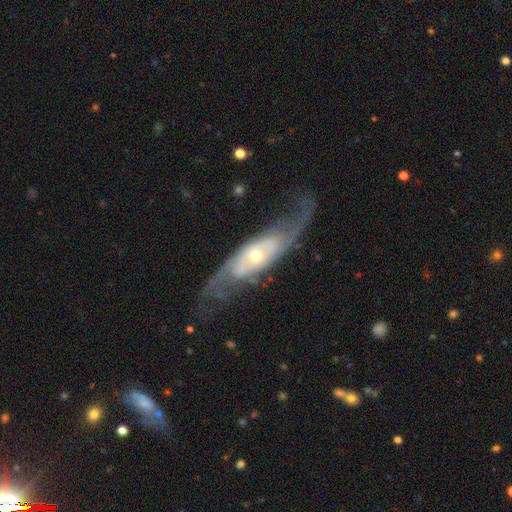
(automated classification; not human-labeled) This is clearly a featured or disk galaxy (83%). It is clearly not viewed edge-on (83%). Bar: likely no (65%). Spiral arm pattern: clearly yes (91%). Spiral arm count: likely 2 (79%). Spiral winding: marginally medium (38%). Central bulge: possibly small (54%). Merging: likely none (66%).